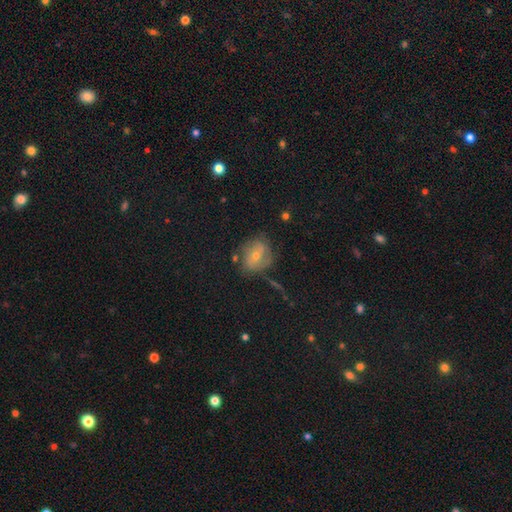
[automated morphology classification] Smooth or featured? Predicted: featured or disk (p=0.50). Merging? Predicted: none (p=0.67).